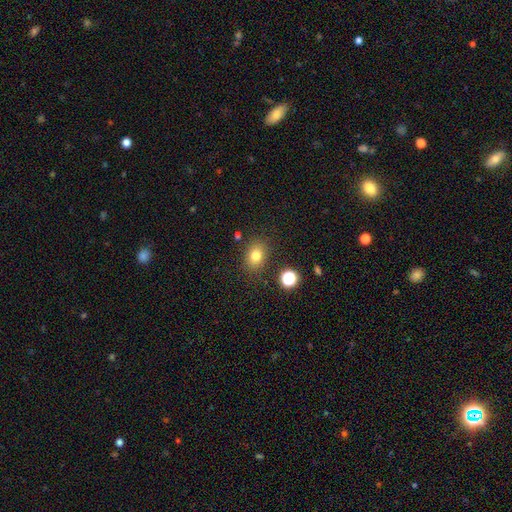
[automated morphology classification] Smooth or featured? Predicted: smooth (p=0.77). How rounded? Predicted: in between (p=0.54). Merging? Predicted: none (p=0.83).